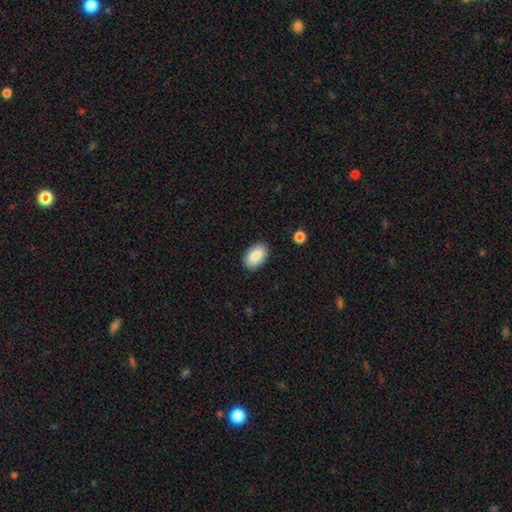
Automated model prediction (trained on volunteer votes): Smooth or featured?
  - smooth: 85% *
  - featured or disk: 8%
  - star or artifact: 7%
How rounded?
  - in between: 92% *
  - round: 7%
  - cigar-shaped: 2%
Merging?
  - none: 88% *
  - minor disturbance: 9%
  - major disturbance: 2%
  - merger: 1%